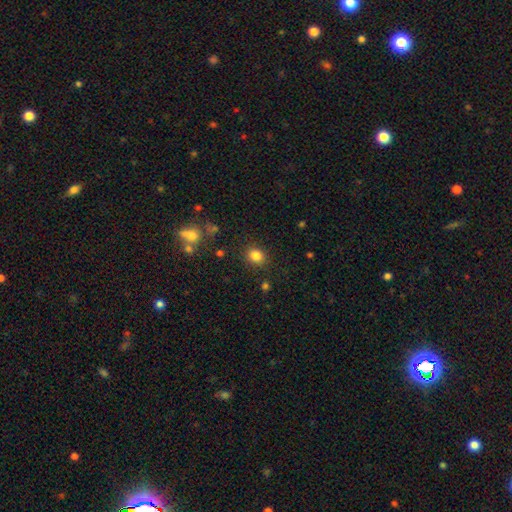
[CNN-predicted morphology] Smooth or featured: smooth — 84% (star or artifact — 12%)
How rounded: round — 71% (in between — 28%)
Merging: none — 87% (minor disturbance — 8%)